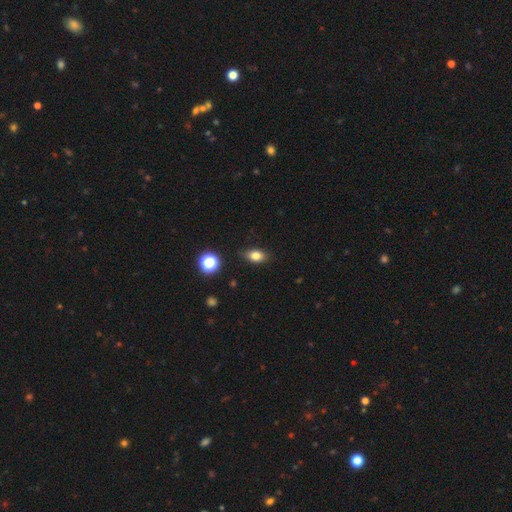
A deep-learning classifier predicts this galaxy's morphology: A smooth galaxy with no disk features (80%) that is in between round and cigar-shaped (80%). Merging: none (85%).